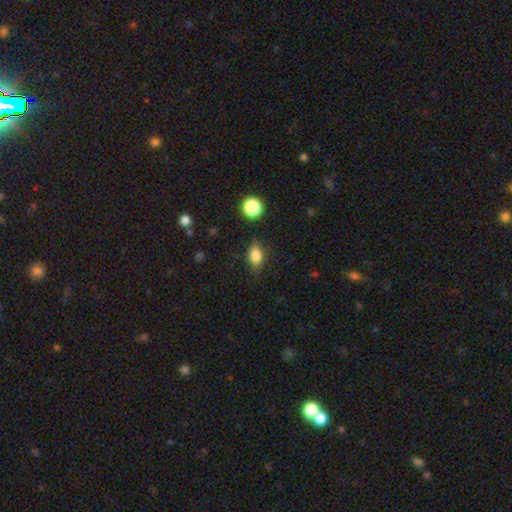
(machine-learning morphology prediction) This appears to be a smooth galaxy with no disk features (81%) that is in between round and cigar-shaped (78%). Merging: none (77%).